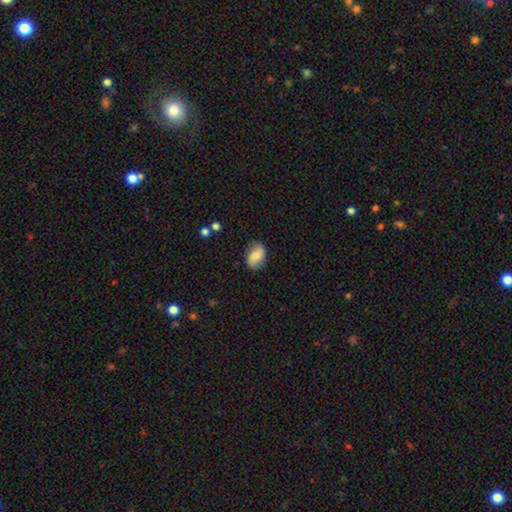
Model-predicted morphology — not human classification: Smooth or featured?
  - smooth: 76% *
  - featured or disk: 17%
  - star or artifact: 7%
How rounded?
  - in between: 84% *
  - round: 14%
  - cigar-shaped: 1%
Merging?
  - none: 80% *
  - minor disturbance: 15%
  - major disturbance: 3%
  - merger: 1%